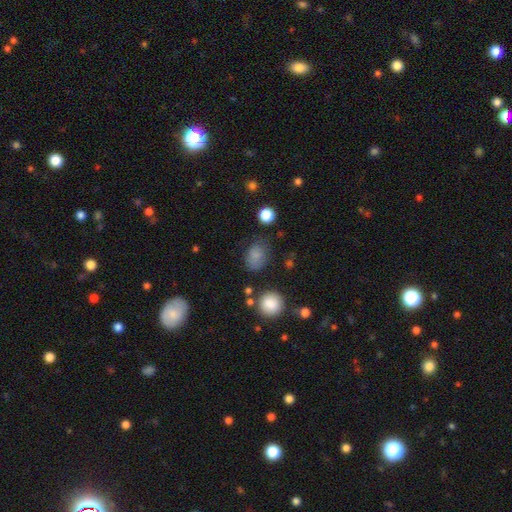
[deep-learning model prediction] smooth_or_featured: smooth (p=0.82) [alt: star or artifact p=0.12]
how_rounded: in between (p=0.60) [alt: round p=0.39]
merging: none (p=0.67) [alt: minor disturbance p=0.22]